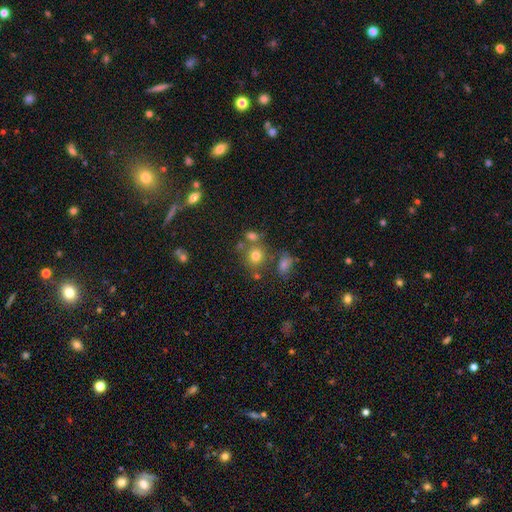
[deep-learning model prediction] smooth_or_featured: smooth (p=0.74) [alt: star or artifact p=0.16]
how_rounded: round (p=0.81) [alt: in between p=0.18]
merging: none (p=0.66) [alt: merger p=0.19]